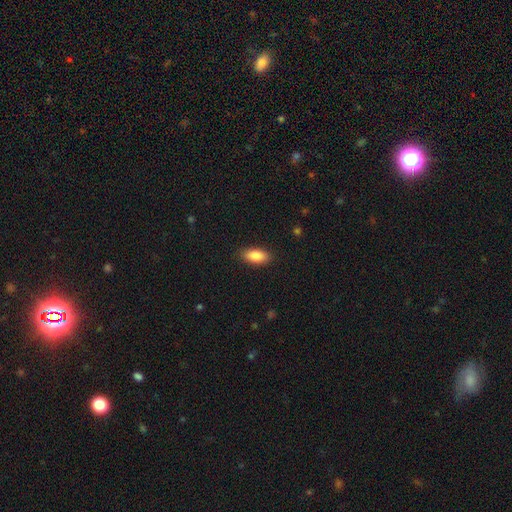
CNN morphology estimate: smooth_or_featured: smooth (p=0.87) [alt: star or artifact p=0.06]
how_rounded: in between (p=0.87) [alt: cigar-shaped p=0.11]
merging: none (p=0.88) [alt: minor disturbance p=0.09]